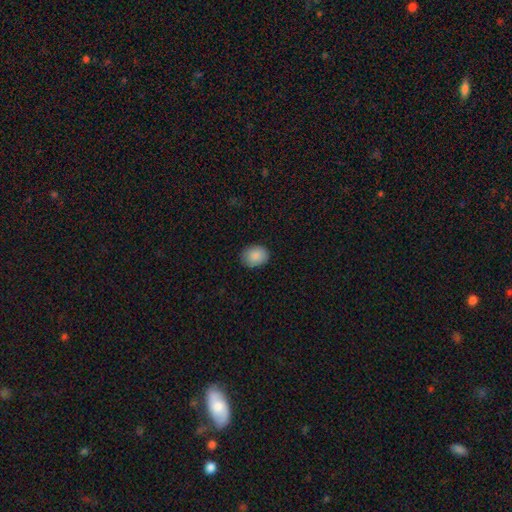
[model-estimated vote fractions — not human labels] smooth-or-featured: smooth: 88% | star or artifact: 7% | featured or disk: 4%
  how-rounded: round: 50% | in between: 49% | cigar-shaped: 1%
  merging: none: 85% | minor disturbance: 11% | major disturbance: 2% | merger: 1%